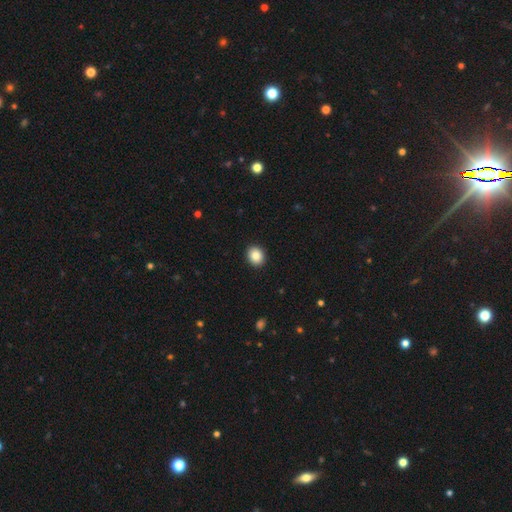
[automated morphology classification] Smooth or featured? Predicted: smooth (p=0.86). How rounded? Predicted: round (p=0.68). Merging? Predicted: none (p=0.92).